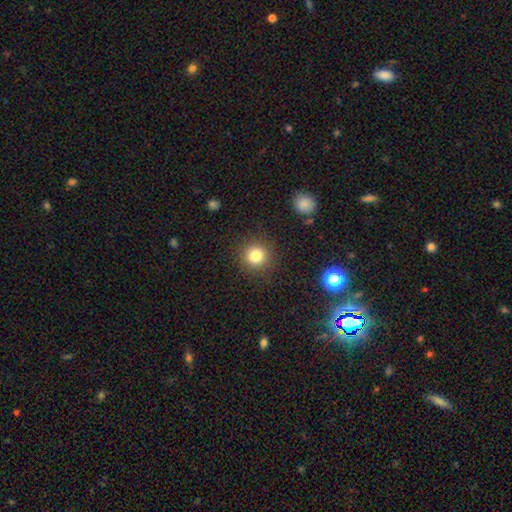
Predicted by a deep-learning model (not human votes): Smooth or featured? Predicted: smooth (p=0.81). How rounded? Predicted: round (p=0.94). Merging? Predicted: none (p=0.90).